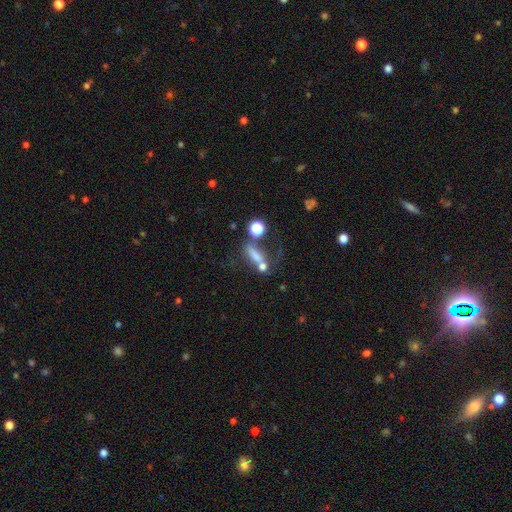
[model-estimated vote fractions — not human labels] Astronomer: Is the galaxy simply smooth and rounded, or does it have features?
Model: smooth — 61%.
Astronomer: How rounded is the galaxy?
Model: in between — 45% (runner-up: cigar-shaped, 37%).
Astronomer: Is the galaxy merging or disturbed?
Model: none — 33% (runner-up: merger, 32%).